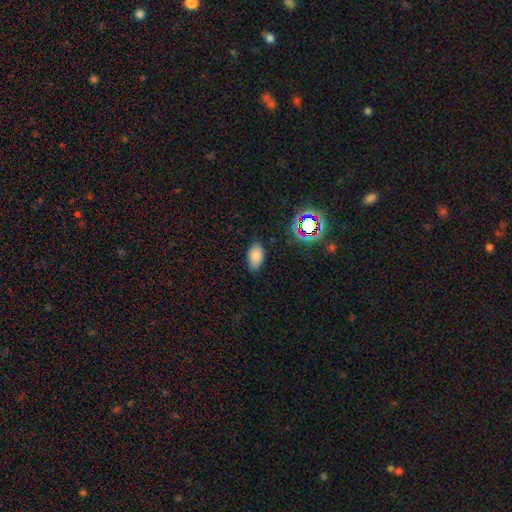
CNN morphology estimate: smooth-or-featured: smooth: 80% | star or artifact: 13% | featured or disk: 7%
  how-rounded: in between: 91% | round: 7% | cigar-shaped: 2%
  merging: none: 80% | minor disturbance: 16% | major disturbance: 3% | merger: 1%